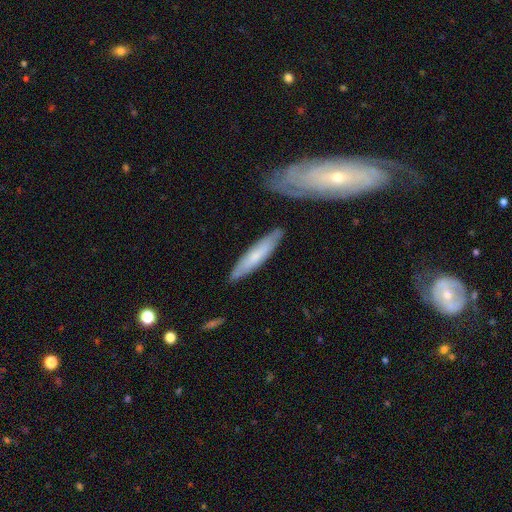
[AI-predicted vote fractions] Smooth or featured? Predicted: smooth (p=0.60). How rounded? Predicted: cigar-shaped (p=0.83). Merging? Predicted: none (p=0.81).